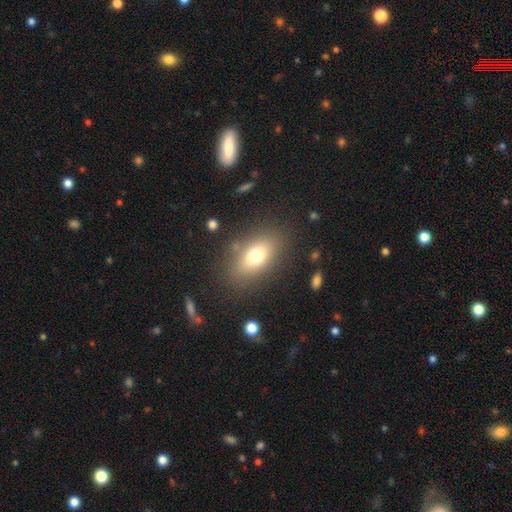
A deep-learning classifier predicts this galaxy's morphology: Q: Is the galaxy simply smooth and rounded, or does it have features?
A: smooth — 73%.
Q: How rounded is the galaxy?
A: in between — 83%.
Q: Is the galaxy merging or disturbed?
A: none — 81%.